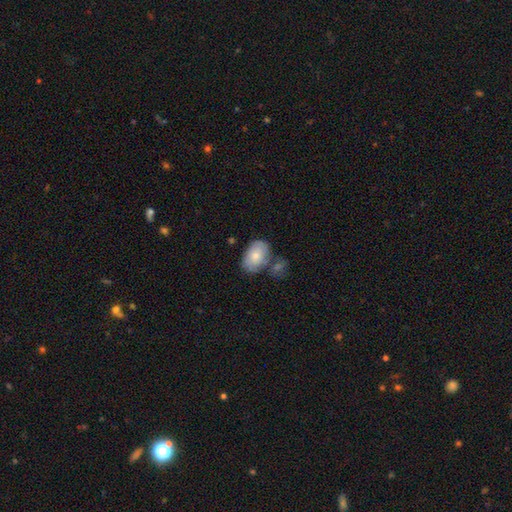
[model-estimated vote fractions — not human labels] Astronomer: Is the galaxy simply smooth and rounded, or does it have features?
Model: smooth — 72%.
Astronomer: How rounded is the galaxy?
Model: in between — 87%.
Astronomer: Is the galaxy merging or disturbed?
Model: none — 53%.